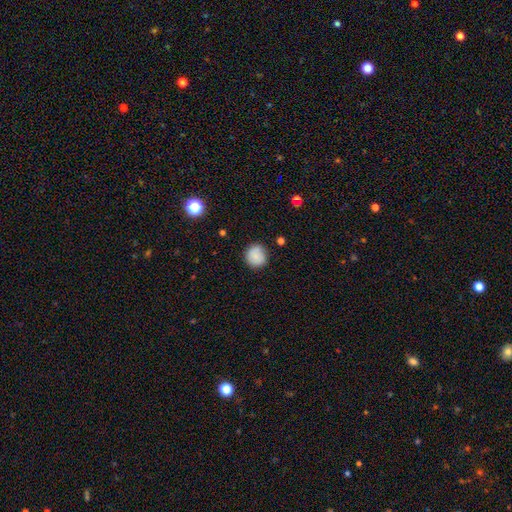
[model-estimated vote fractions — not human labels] Smooth or featured? Predicted: smooth (p=0.83). How rounded? Predicted: round (p=0.90). Merging? Predicted: none (p=0.81).